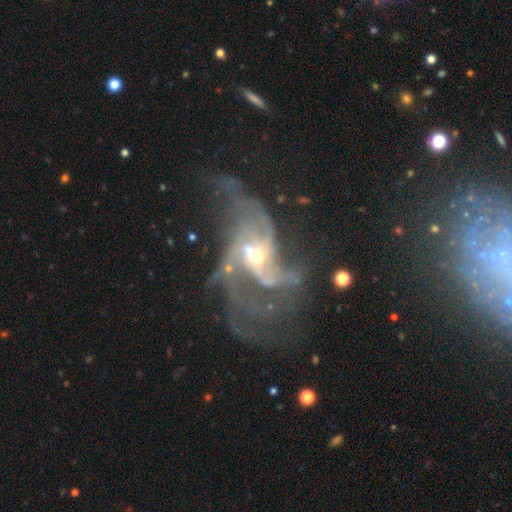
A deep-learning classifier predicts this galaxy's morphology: A featured or disk galaxy (84%) with no bar (47%), 2 (28%) loose (57%) spiral arms (88%) and a moderate central bulge (53%). Merging: major disturbance (47%).